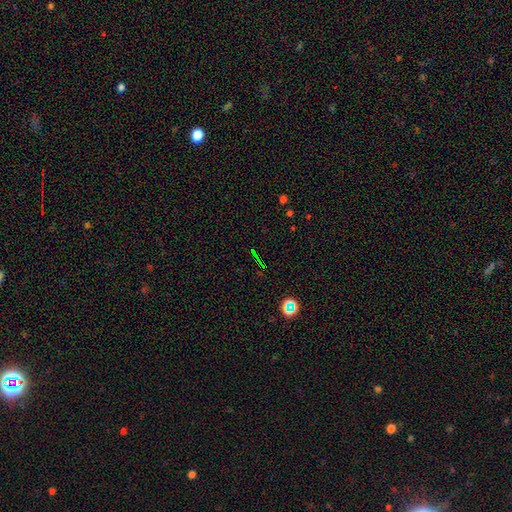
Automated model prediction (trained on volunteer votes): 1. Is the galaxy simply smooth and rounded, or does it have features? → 74% star or artifact, 14% smooth, 12% featured or disk.